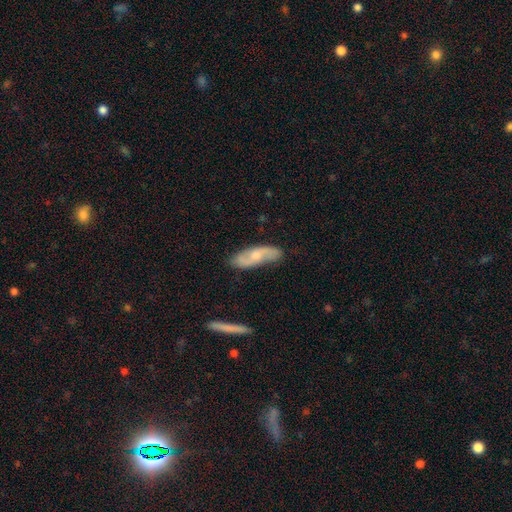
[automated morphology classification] A featured or disk galaxy (62%) with no bar (59%), spiral arms (89%) and a moderate central bulge (54%).

Vote fractions:
- Smooth or featured? featured or disk: 62% / smooth: 33% / star or artifact: 6%
- Edge-on disk? no: 85% / yes: 15%
- Bar? no: 59% / weak: 35% / strong: 6%
- Spiral arms? yes: 89% / no: 11%
- Bulge size? moderate: 54% / small: 36% / none: 5% / large: 4% / dominant: 1%
- Merging? none: 79% / minor disturbance: 16% / major disturbance: 3% / merger: 2%